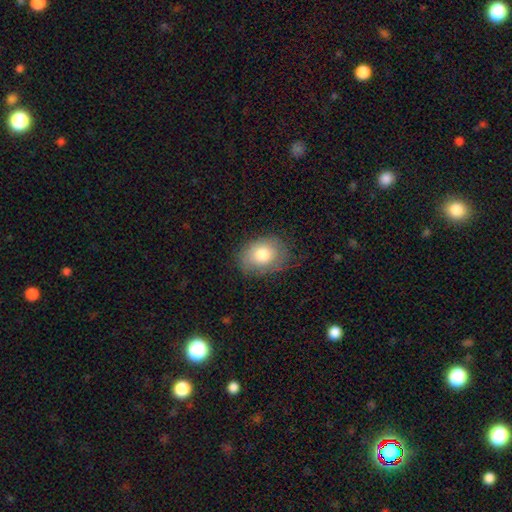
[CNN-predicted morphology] type=smooth (71%); roundness=in between (54%); merging=none (85%).